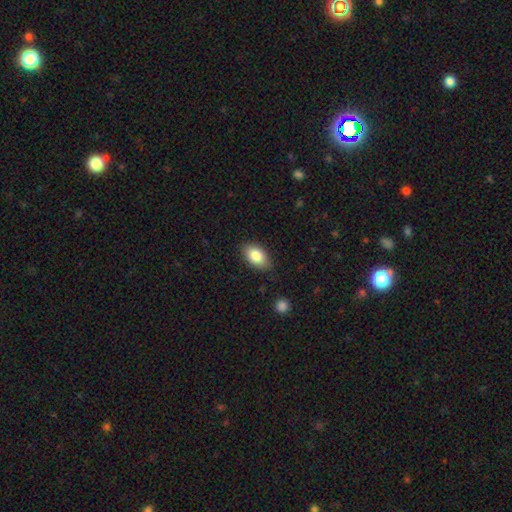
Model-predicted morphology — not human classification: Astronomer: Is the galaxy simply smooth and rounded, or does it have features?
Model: smooth — 84%.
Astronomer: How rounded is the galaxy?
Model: in between — 90%.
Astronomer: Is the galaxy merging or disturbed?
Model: none — 81%.